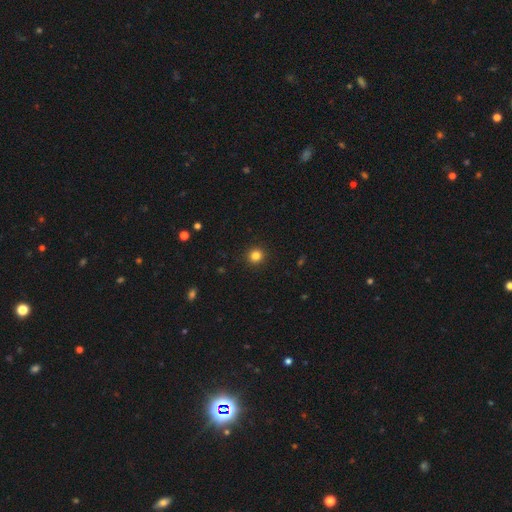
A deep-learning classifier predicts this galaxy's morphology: Smooth or featured? smooth (83%)
How rounded? round (94%)
Merging? none (93%)